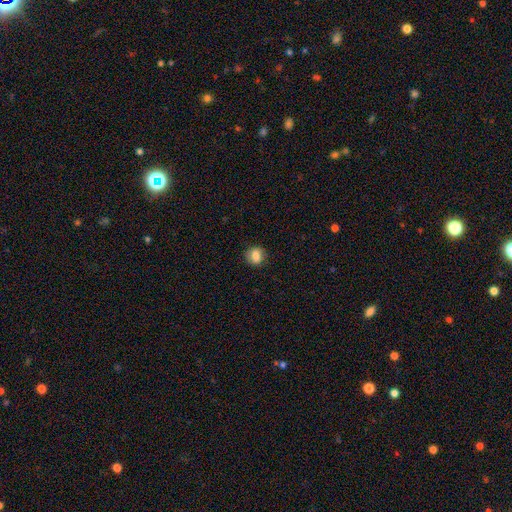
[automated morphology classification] smooth 79%, featured or disk 12%, star or artifact 9%. Down the decision tree: how rounded — round (73%); merging — none (83%).